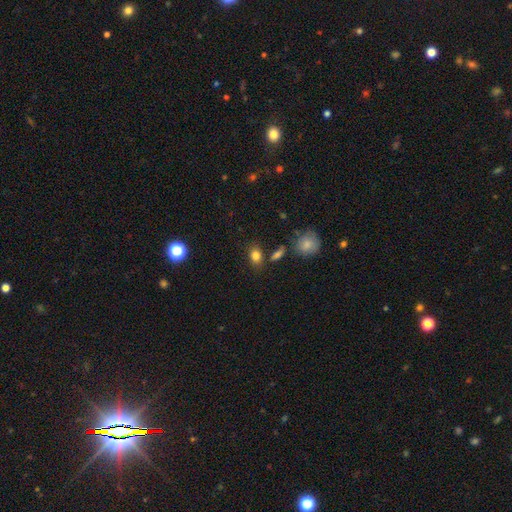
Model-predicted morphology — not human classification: smooth_or_featured: smooth (p=0.82) [alt: star or artifact p=0.11]
how_rounded: in between (p=0.68) [alt: round p=0.30]
merging: none (p=0.76) [alt: minor disturbance p=0.13]